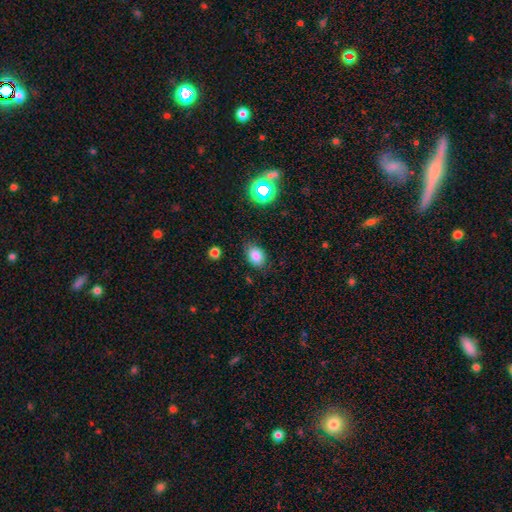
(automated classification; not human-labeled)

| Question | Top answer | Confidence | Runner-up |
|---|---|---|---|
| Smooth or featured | smooth | 80% | star or artifact (13%) |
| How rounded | in between | 73% | round (26%) |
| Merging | none | 78% | minor disturbance (16%) |